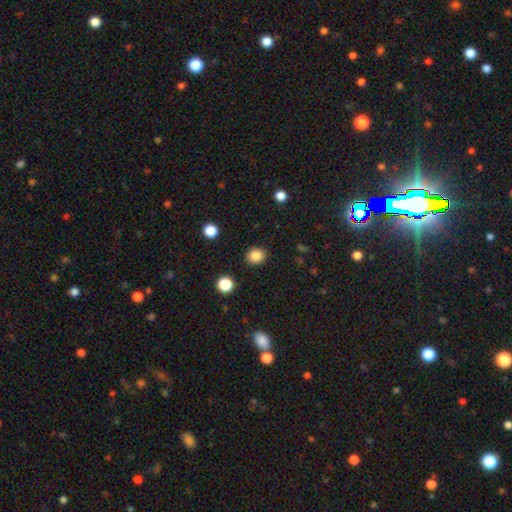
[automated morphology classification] The model was most divided on "how rounded": round: 77%, in between: 22%, cigar-shaped: 1%. More confident: merging — none (89%); smooth or featured — smooth (85%).